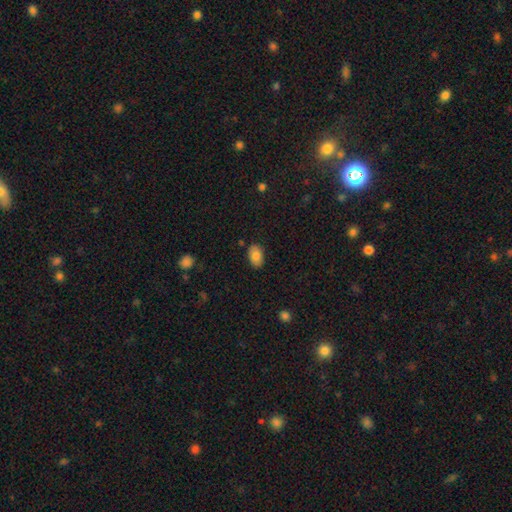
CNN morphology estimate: Smooth or featured: smooth — 84% (featured or disk — 9%)
How rounded: in between — 90% (round — 9%)
Merging: none — 86% (minor disturbance — 10%)